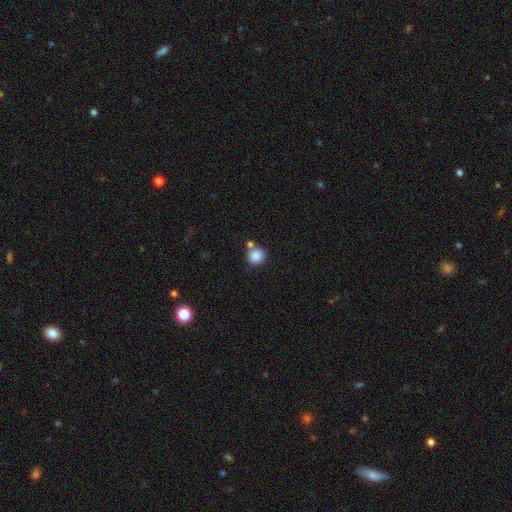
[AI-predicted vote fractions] A smooth galaxy with no disk features (86%) that is round (90%). Merging: none (66%).